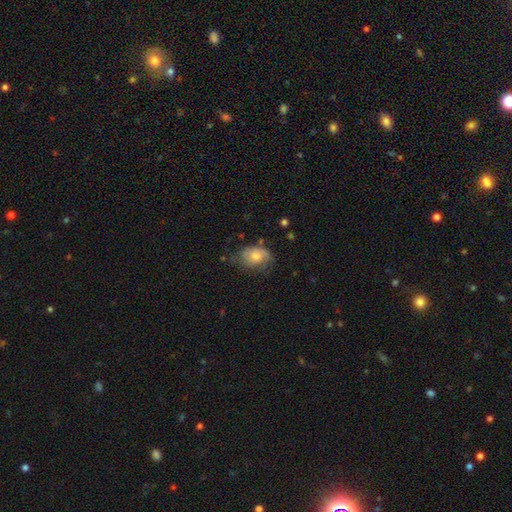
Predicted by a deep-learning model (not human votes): Morphology: type=smooth (51%); roundness=in between (71%); merging=none (54%).